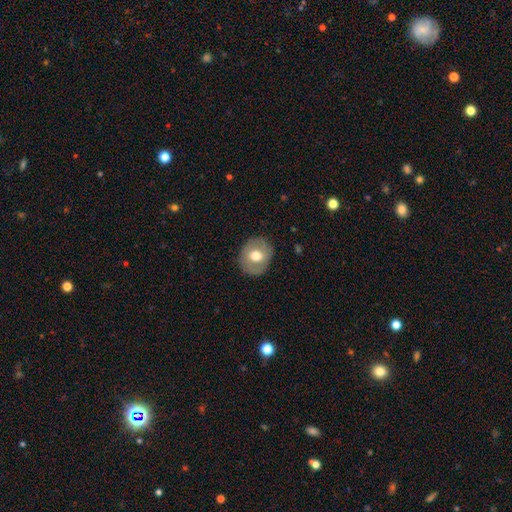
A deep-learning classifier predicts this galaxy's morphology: Smooth or featured?
  - smooth: 56% *
  - featured or disk: 37%
  - star or artifact: 7%
How rounded?
  - round: 70% *
  - in between: 30%
  - cigar-shaped: 1%
Merging?
  - none: 83% *
  - minor disturbance: 12%
  - major disturbance: 4%
  - merger: 1%